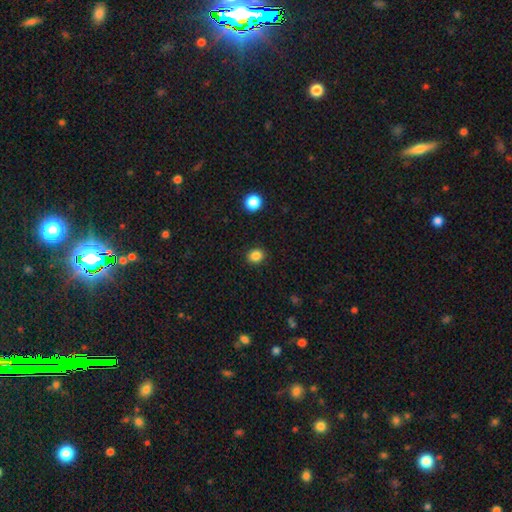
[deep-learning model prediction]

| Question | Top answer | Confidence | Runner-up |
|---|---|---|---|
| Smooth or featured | smooth | 85% | star or artifact (12%) |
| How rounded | round | 73% | in between (26%) |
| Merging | none | 91% | minor disturbance (6%) |